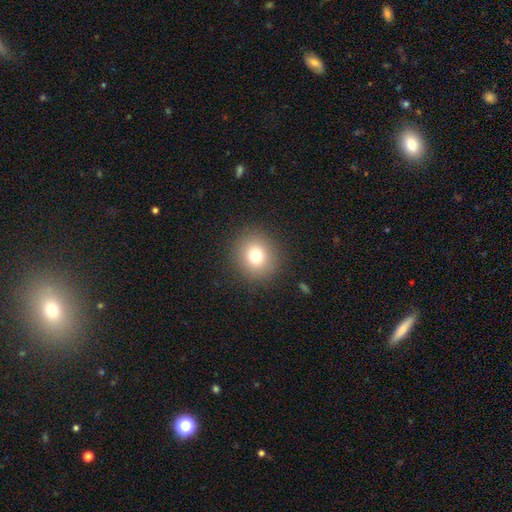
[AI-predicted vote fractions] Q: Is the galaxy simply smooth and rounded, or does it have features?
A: smooth — 77%.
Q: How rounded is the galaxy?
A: round — 89%.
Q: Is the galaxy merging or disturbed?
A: none — 90%.